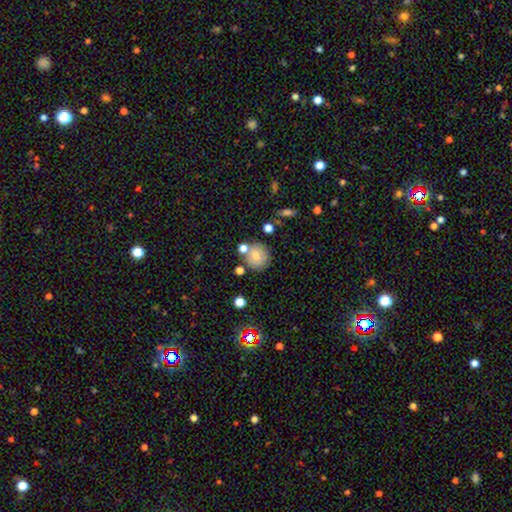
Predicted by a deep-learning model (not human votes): Smooth or featured? smooth (76%)
How rounded? round (89%)
Merging? none (70%)